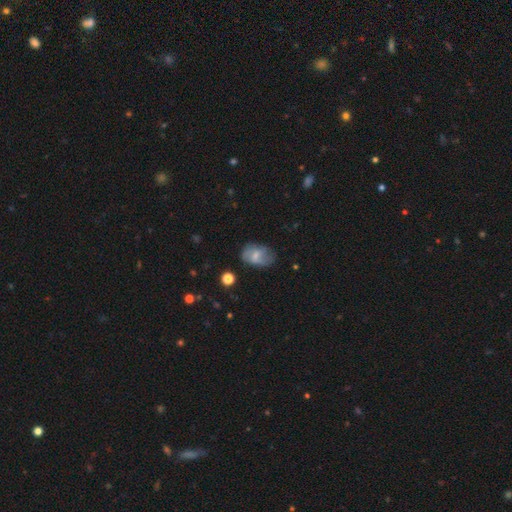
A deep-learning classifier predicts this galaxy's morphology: A smooth galaxy with no disk features (51%) that is in between round and cigar-shaped (82%).

Vote fractions:
- Smooth or featured? smooth: 51% / featured or disk: 40% / star or artifact: 9%
- How rounded? in between: 82% / round: 16% / cigar-shaped: 2%
- Merging? none: 57% / minor disturbance: 28% / major disturbance: 13% / merger: 2%